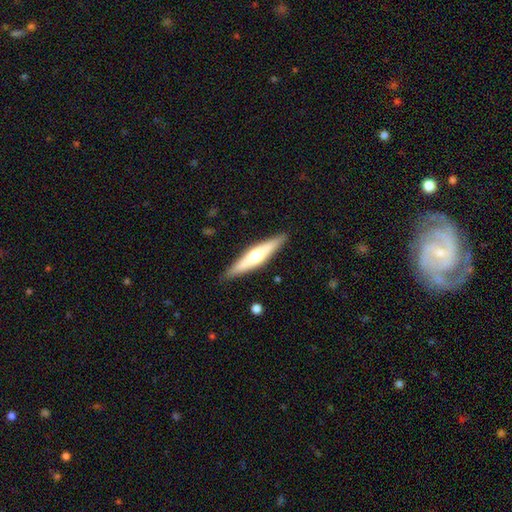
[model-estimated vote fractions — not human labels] Morphology: type=featured or disk (54%); edge-on=yes (93%); edge-on bulge=rounded (88%); merging=none (89%).